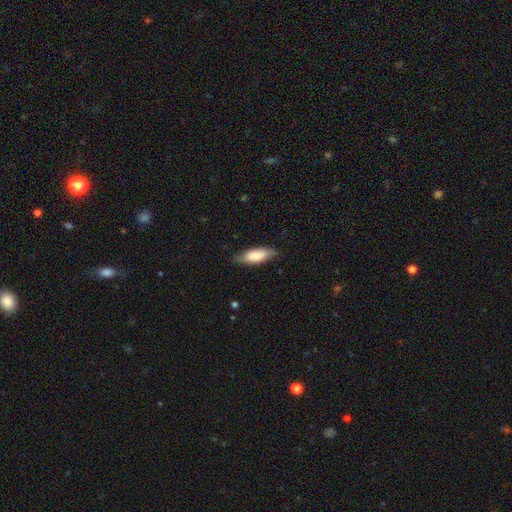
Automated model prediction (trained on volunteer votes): smooth_or_featured: smooth (p=0.78) [alt: featured or disk p=0.17]
how_rounded: in between (p=0.68) [alt: cigar-shaped p=0.30]
merging: none (p=0.77) [alt: minor disturbance p=0.19]